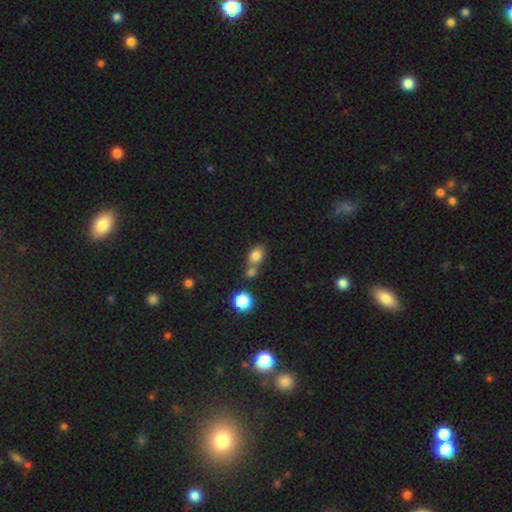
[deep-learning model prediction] A smooth galaxy with no disk features (80%) that is in between round and cigar-shaped (71%).

Vote fractions:
- Smooth or featured? smooth: 80% / star or artifact: 12% / featured or disk: 9%
- How rounded? in between: 71% / round: 27% / cigar-shaped: 2%
- Merging? none: 47% / merger: 37% / minor disturbance: 11% / major disturbance: 4%